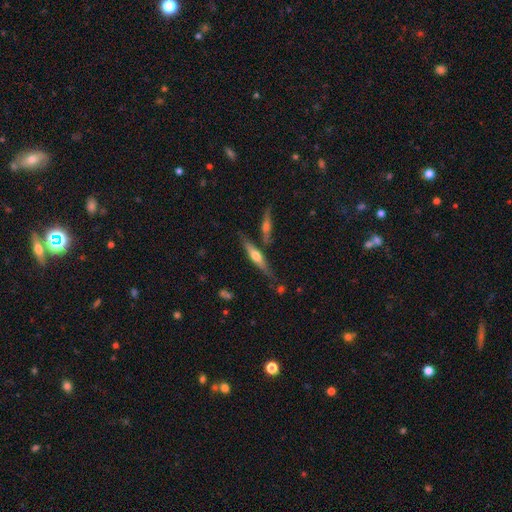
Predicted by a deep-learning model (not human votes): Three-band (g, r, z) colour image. It shows a featured or disk galaxy (60%) viewed edge-on (94%) with a rounded central bulge (88%). Merging: none (71%).